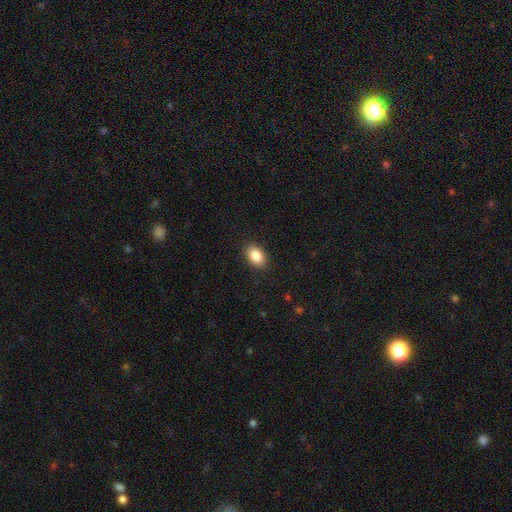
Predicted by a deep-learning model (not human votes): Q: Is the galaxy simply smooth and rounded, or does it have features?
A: smooth — 87%.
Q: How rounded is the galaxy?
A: in between — 89%.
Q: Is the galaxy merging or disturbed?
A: none — 89%.